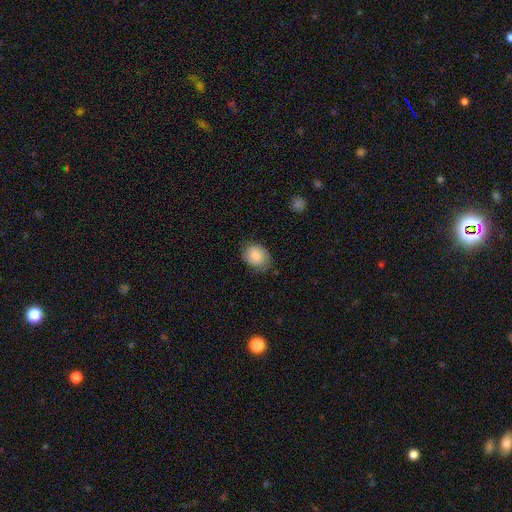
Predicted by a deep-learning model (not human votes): smooth_or_featured: smooth (p=0.80) [alt: featured or disk p=0.12]
how_rounded: in between (p=0.57) [alt: round p=0.42]
merging: none (p=0.75) [alt: minor disturbance p=0.19]